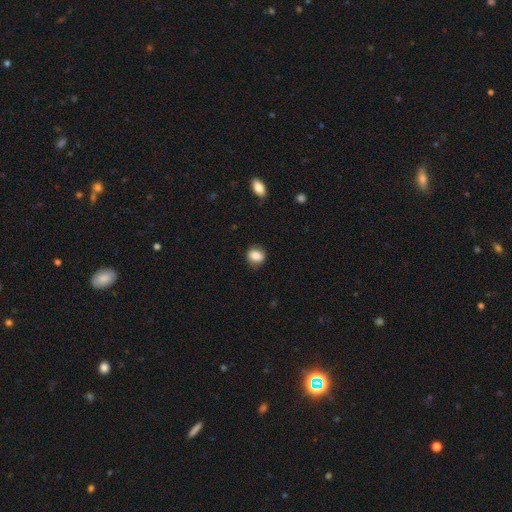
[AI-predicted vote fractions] Morphology: type=smooth (83%); roundness=round (56%); merging=none (77%).